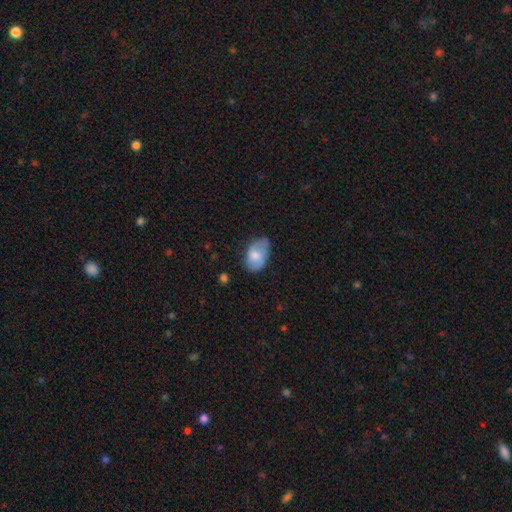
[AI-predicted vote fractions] This appears to be a smooth galaxy with no disk features (64%) that is in between round and cigar-shaped (90%). Merging: none (58%).